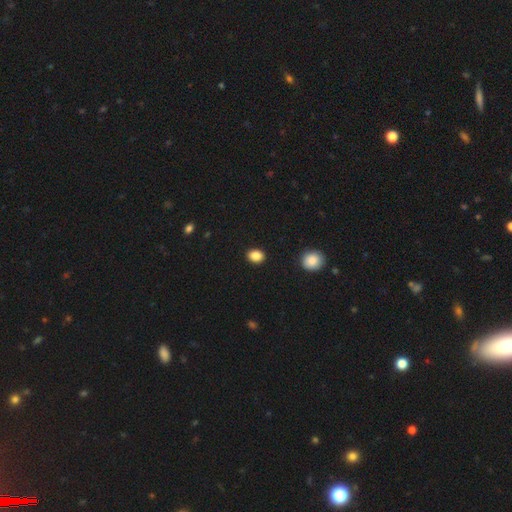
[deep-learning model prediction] A smooth galaxy with no disk features (86%) that is in between round and cigar-shaped (61%). Merging: none (90%).